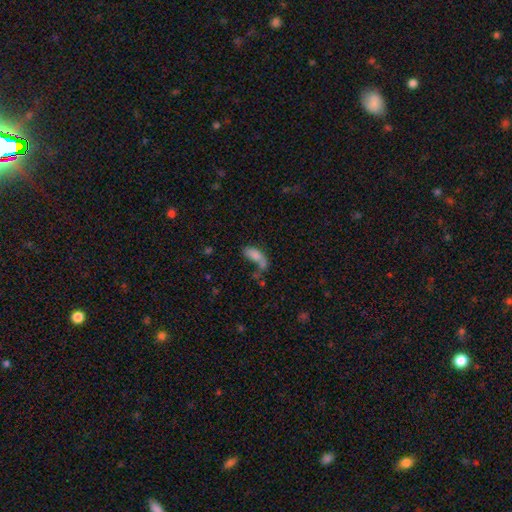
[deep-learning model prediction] The model was most divided on "merging": merger: 30%, none: 29%, major disturbance: 25%, minor disturbance: 16%. More confident: how rounded — in between (85%); smooth or featured — smooth (73%).